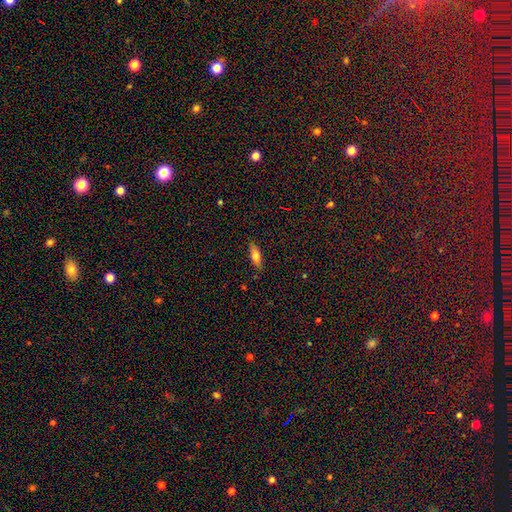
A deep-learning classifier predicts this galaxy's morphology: smooth-or-featured: smooth: 68% | featured or disk: 24% | star or artifact: 8%
  how-rounded: in between: 59% | cigar-shaped: 38% | round: 3%
  merging: none: 85% | minor disturbance: 11% | major disturbance: 2% | merger: 1%